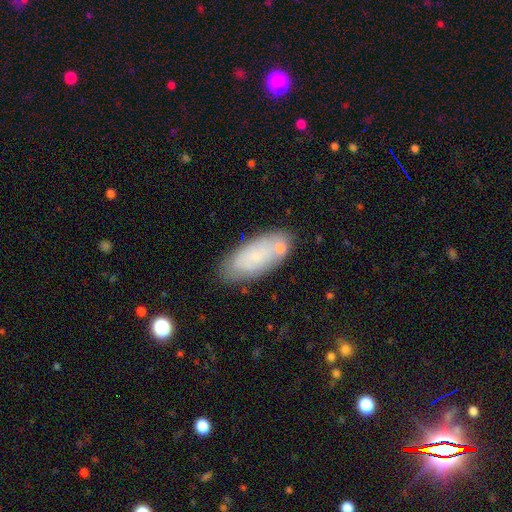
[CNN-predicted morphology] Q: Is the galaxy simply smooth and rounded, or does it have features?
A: smooth — 66%.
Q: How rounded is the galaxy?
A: in between — 84%.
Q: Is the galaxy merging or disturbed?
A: none — 73%.